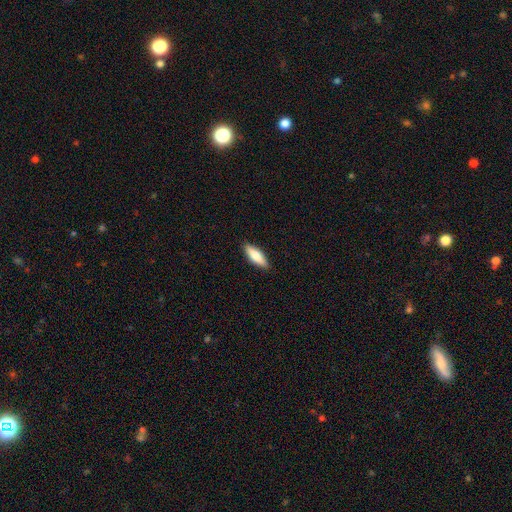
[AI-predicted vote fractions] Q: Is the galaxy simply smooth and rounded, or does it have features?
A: smooth — 74%.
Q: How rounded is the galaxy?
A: in between — 51%.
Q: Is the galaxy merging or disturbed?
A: none — 89%.